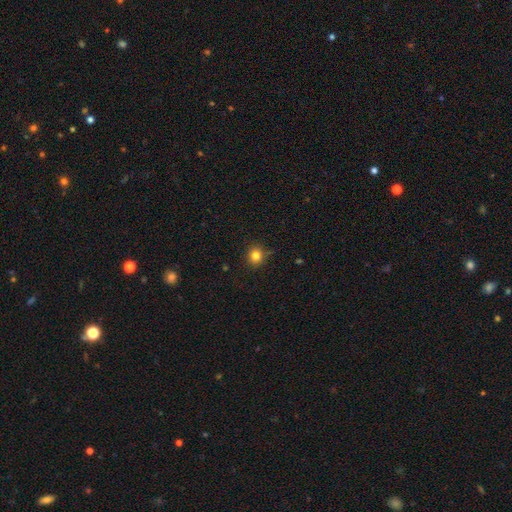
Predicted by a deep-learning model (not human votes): The model was most divided on "smooth or featured": smooth: 81%, star or artifact: 13%, featured or disk: 6%. More confident: how rounded — round (88%); merging — none (84%).